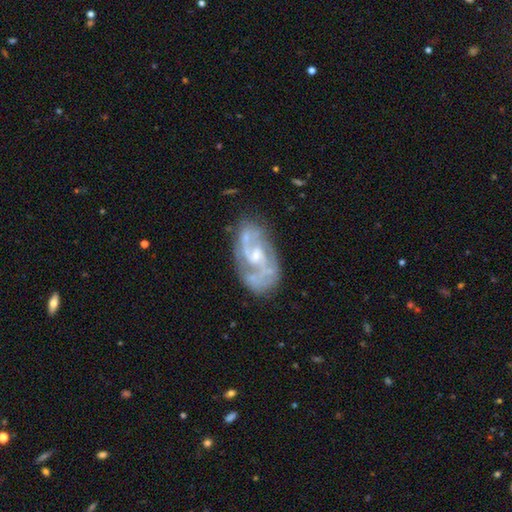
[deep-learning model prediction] Smooth or featured: featured or disk — 83% (smooth — 10%)
Edge-on disk: no — 96% (yes — 4%)
Bar: no — 47% (weak — 44%)
Spiral arms: yes — 89% (no — 11%)
Spiral winding: medium — 47% (tight — 33%)
Spiral arm count: 2 — 61% (can't tell — 20%)
Bulge size: small — 46% (moderate — 45%)
Merging: none — 66% (minor disturbance — 20%)